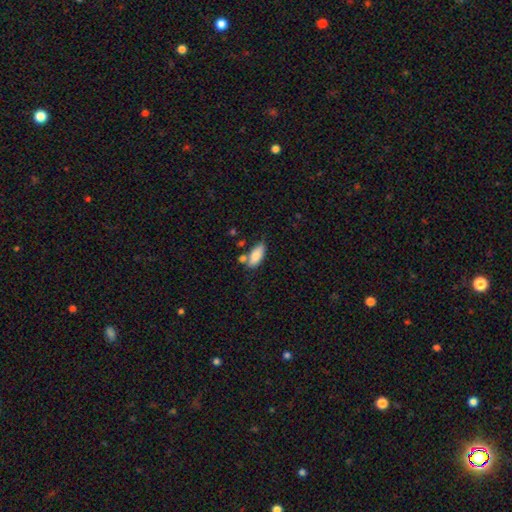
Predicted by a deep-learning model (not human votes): Overall: smooth (81%). How rounded: in between (83%). Merging: none (59%; minor disturbance 20%).